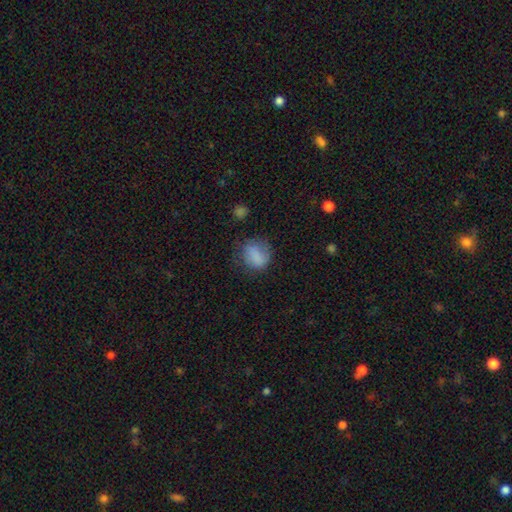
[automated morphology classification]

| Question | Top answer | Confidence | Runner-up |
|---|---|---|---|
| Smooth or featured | smooth | 78% | featured or disk (12%) |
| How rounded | round | 57% | in between (41%) |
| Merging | none | 56% | minor disturbance (27%) |